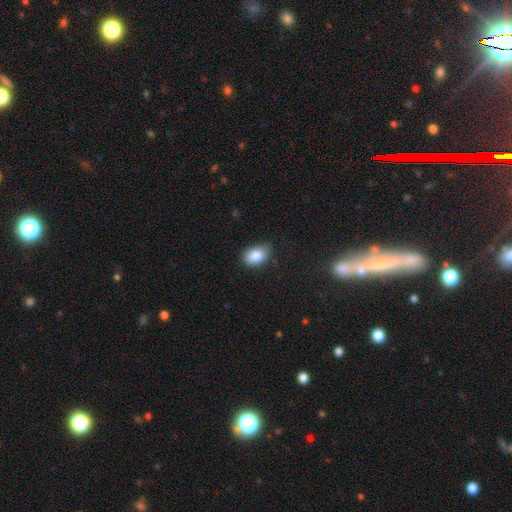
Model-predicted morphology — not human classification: Smooth or featured?
  - smooth: 85% *
  - star or artifact: 8%
  - featured or disk: 6%
How rounded?
  - in between: 83% *
  - round: 16%
  - cigar-shaped: 1%
Merging?
  - none: 74% *
  - minor disturbance: 21%
  - major disturbance: 4%
  - merger: 1%